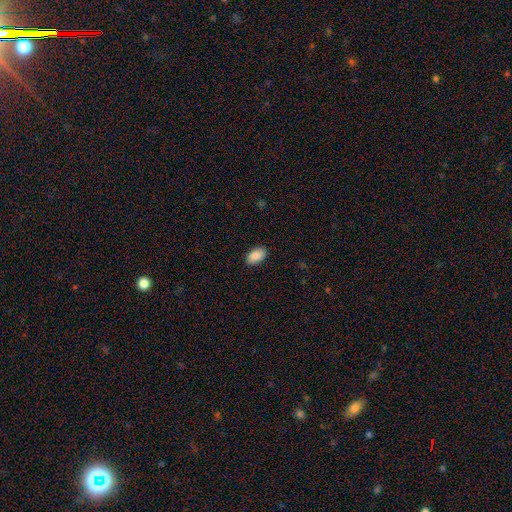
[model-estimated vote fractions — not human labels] Smooth or featured?
  - smooth: 89% *
  - star or artifact: 6%
  - featured or disk: 5%
How rounded?
  - in between: 94% *
  - round: 4%
  - cigar-shaped: 2%
Merging?
  - none: 88% *
  - minor disturbance: 9%
  - major disturbance: 2%
  - merger: 1%